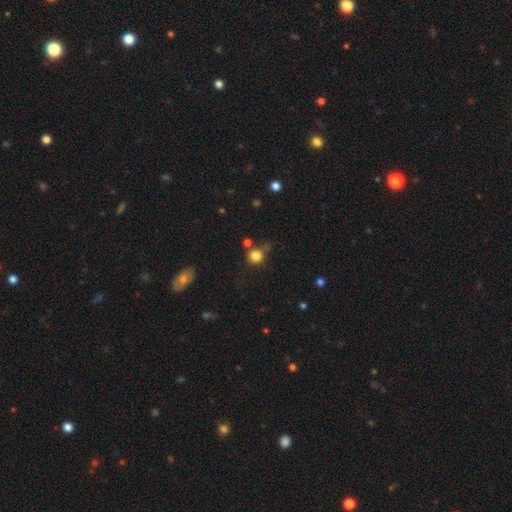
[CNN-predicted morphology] Q: Smooth or featured?
A: smooth (82%); runner-up: star or artifact (12%)
Q: How rounded?
A: round (90%); runner-up: in between (9%)
Q: Merging?
A: none (68%); runner-up: minor disturbance (15%)